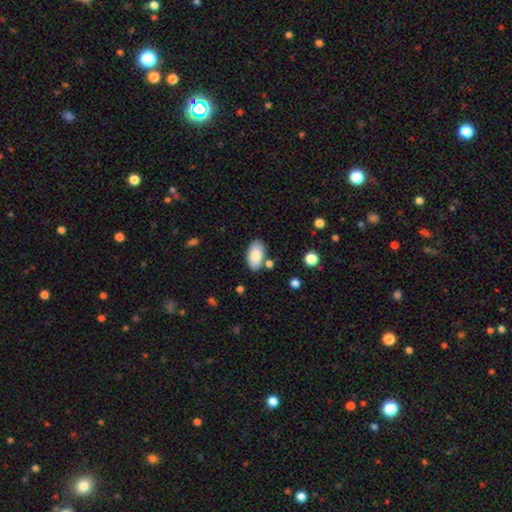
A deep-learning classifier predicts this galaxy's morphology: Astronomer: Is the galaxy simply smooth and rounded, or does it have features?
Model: smooth — 82%.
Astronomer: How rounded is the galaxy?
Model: in between — 95%.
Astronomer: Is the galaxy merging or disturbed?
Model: none — 79%.